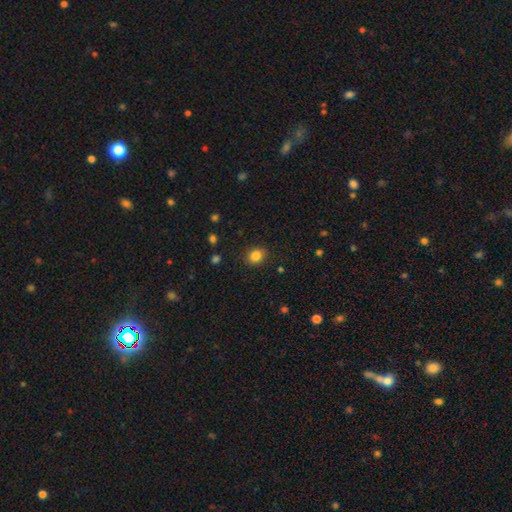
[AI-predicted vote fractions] smooth-or-featured: smooth: 85% | star or artifact: 11% | featured or disk: 5%
  how-rounded: round: 65% | in between: 34% | cigar-shaped: 1%
  merging: none: 88% | minor disturbance: 8% | major disturbance: 2% | merger: 1%